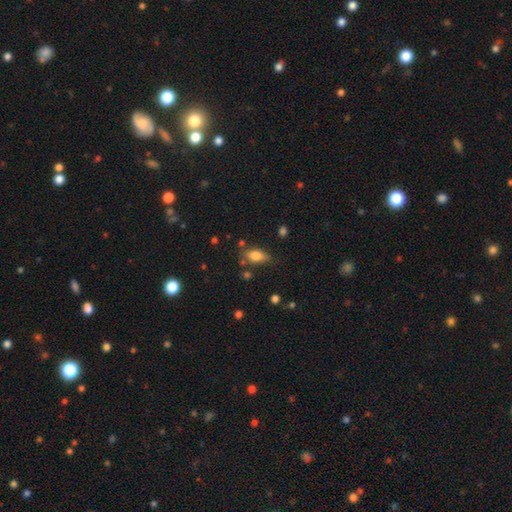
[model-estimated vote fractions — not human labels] smooth_or_featured: smooth (p=0.78) [alt: featured or disk p=0.14]
how_rounded: in between (p=0.85) [alt: cigar-shaped p=0.08]
merging: none (p=0.70) [alt: minor disturbance p=0.19]